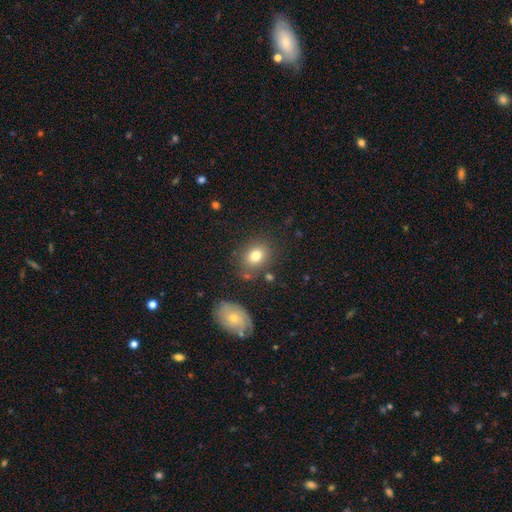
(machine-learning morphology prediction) Smooth or featured: smooth — 78% (featured or disk — 12%)
How rounded: round — 50% (in between — 49%)
Merging: none — 76% (minor disturbance — 13%)